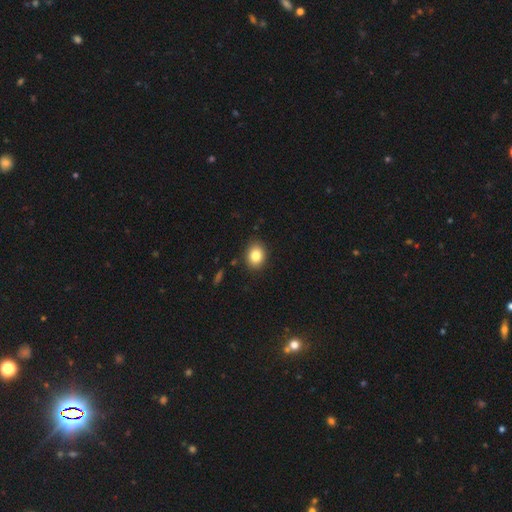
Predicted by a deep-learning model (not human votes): The model was most divided on "how rounded": in between: 51%, round: 48%, cigar-shaped: 1%. More confident: merging — none (88%); smooth or featured — smooth (83%).